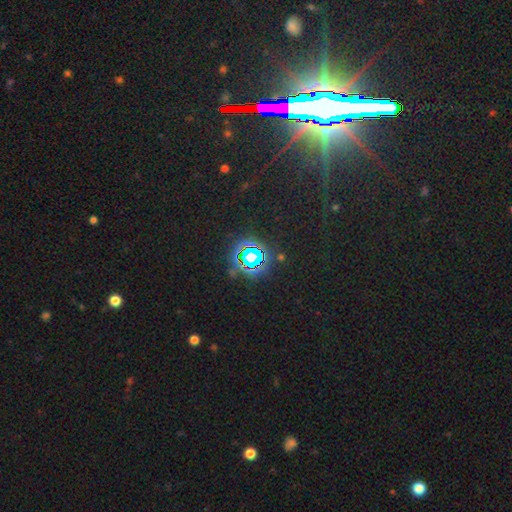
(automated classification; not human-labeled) Smooth or featured? Predicted: star or artifact (p=0.81).